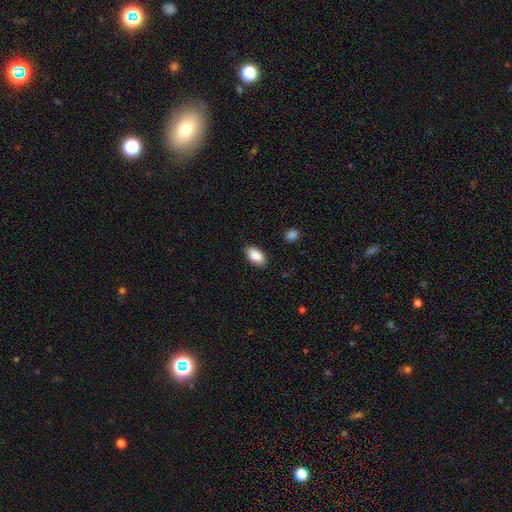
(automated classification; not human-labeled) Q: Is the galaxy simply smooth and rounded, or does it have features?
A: smooth — 89%.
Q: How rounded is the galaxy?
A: in between — 94%.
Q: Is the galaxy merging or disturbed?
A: none — 86%.